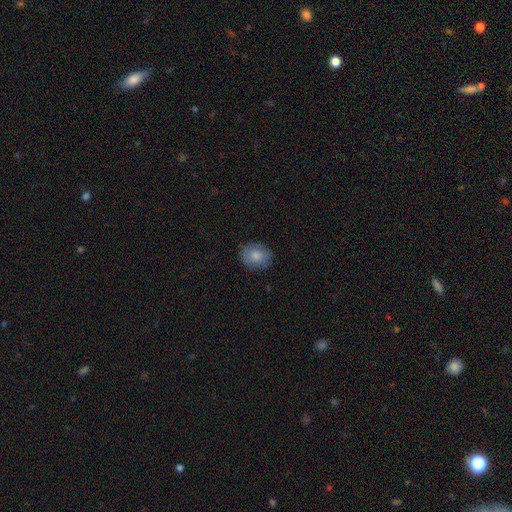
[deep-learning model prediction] Smooth or featured?
  - smooth: 78% *
  - featured or disk: 15%
  - star or artifact: 7%
How rounded?
  - round: 66% *
  - in between: 33%
  - cigar-shaped: 1%
Merging?
  - none: 81% *
  - minor disturbance: 15%
  - major disturbance: 3%
  - merger: 1%